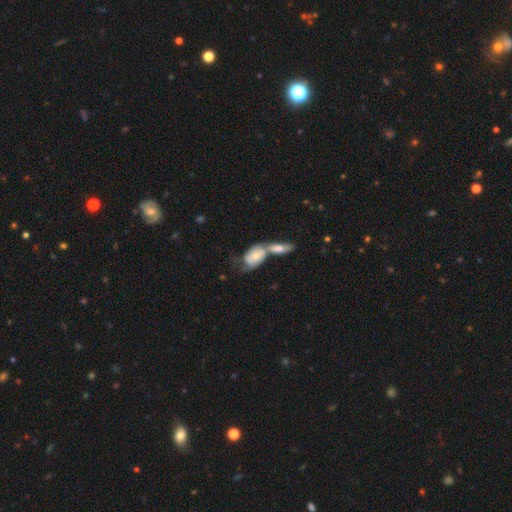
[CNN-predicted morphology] Smooth or featured: featured or disk — 48% (smooth — 45%)
Merging: merger — 66% (none — 17%)